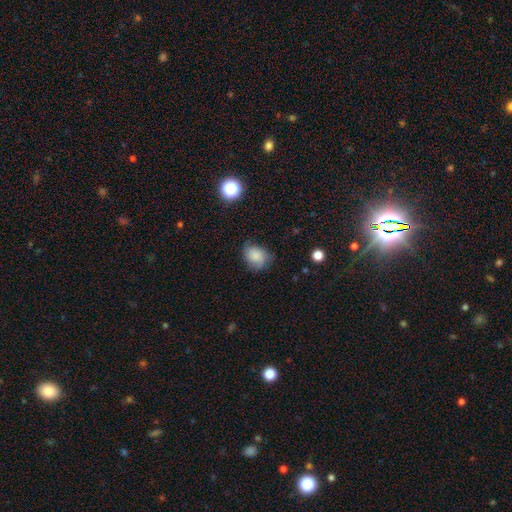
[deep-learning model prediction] Q: Smooth or featured?
A: smooth (73%); runner-up: featured or disk (17%)
Q: How rounded?
A: in between (53%); runner-up: round (46%)
Q: Merging?
A: none (61%); runner-up: minor disturbance (29%)